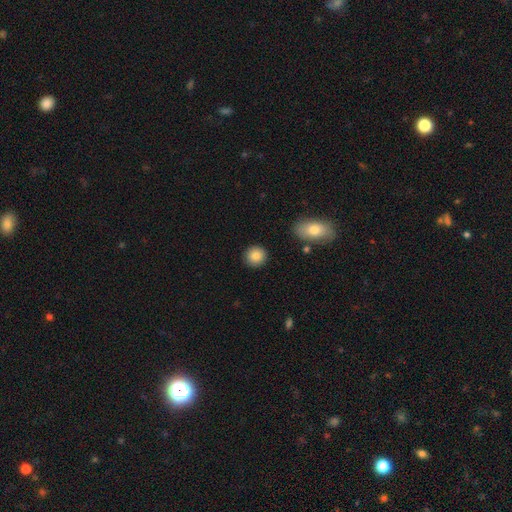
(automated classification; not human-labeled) Smooth or featured? Predicted: smooth (p=0.86). How rounded? Predicted: round (p=0.91). Merging? Predicted: none (p=0.90).